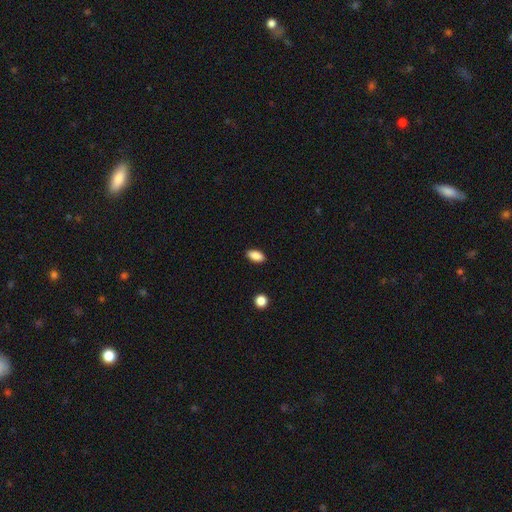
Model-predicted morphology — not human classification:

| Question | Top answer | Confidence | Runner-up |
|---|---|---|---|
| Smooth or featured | smooth | 88% | star or artifact (8%) |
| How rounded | in between | 90% | cigar-shaped (6%) |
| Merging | none | 89% | minor disturbance (8%) |